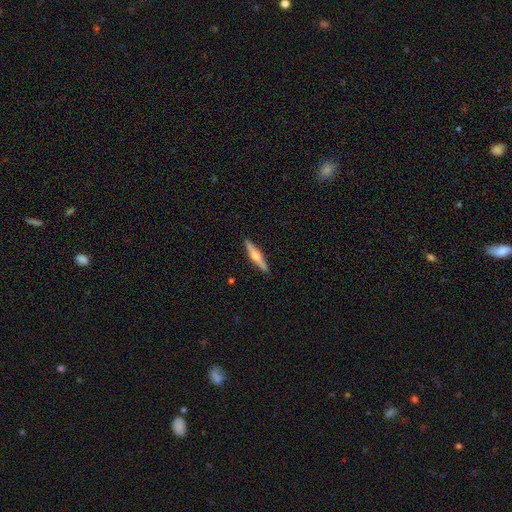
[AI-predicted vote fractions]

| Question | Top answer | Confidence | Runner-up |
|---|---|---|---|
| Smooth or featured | featured or disk | 58% | smooth (36%) |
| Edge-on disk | yes | 97% | no (3%) |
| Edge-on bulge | rounded | 85% | boxy (9%) |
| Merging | none | 91% | minor disturbance (7%) |